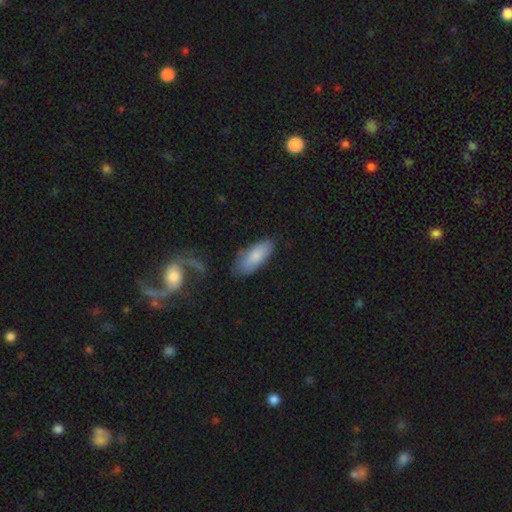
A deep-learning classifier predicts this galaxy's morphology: smooth 80%, featured or disk 14%, star or artifact 6%. Down the decision tree: how rounded — in between (80%); merging — none (71%).